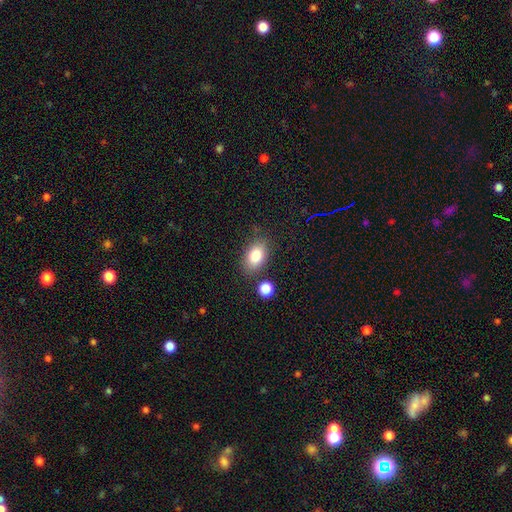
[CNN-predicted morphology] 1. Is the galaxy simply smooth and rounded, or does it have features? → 83% smooth, 9% featured or disk, 8% star or artifact.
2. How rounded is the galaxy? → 88% in between, 10% round, 2% cigar-shaped.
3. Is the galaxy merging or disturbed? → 77% none, 13% minor disturbance, 6% merger, 4% major disturbance.